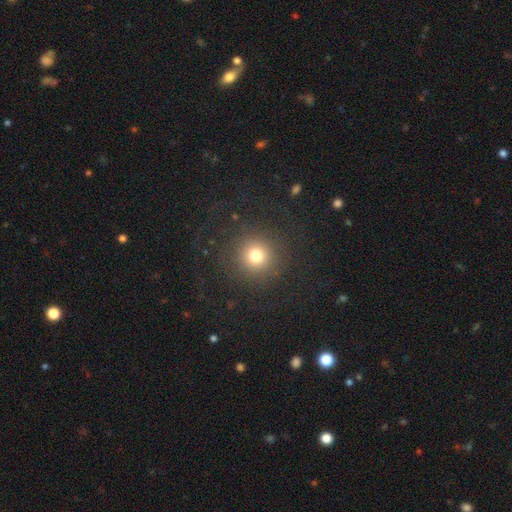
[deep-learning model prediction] Smooth or featured? smooth (75%)
How rounded? round (94%)
Merging? none (84%)